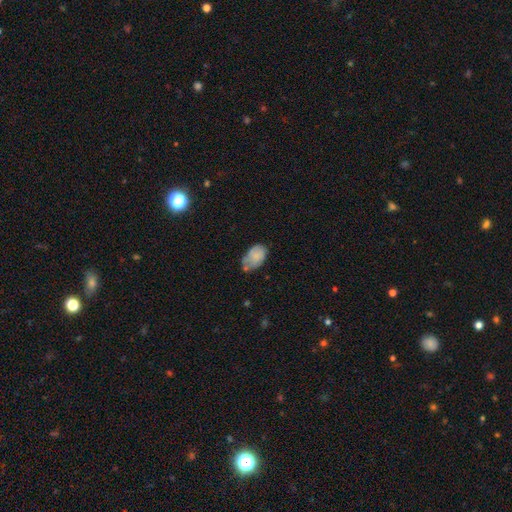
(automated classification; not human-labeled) Q: Smooth or featured?
A: smooth (67%); runner-up: featured or disk (25%)
Q: How rounded?
A: in between (89%); runner-up: round (9%)
Q: Merging?
A: none (43%); runner-up: minor disturbance (38%)